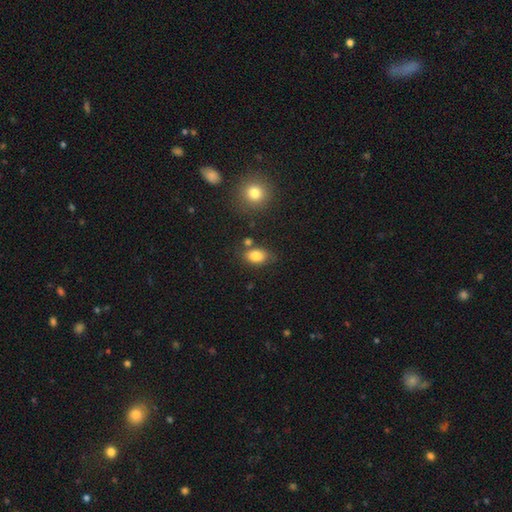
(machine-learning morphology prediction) Smooth or featured: smooth — 84% (star or artifact — 9%)
How rounded: in between — 82% (round — 16%)
Merging: none — 70% (minor disturbance — 16%)